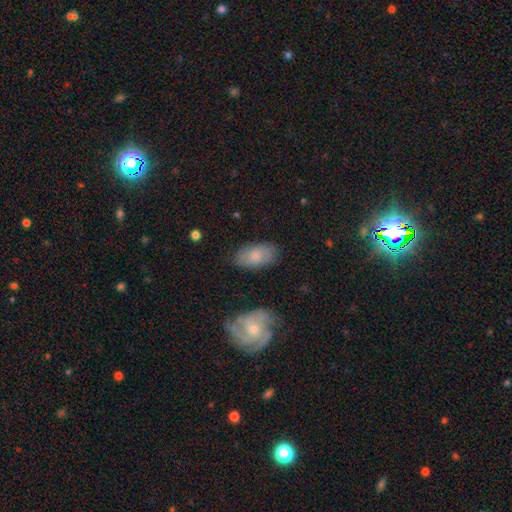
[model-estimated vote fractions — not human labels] smooth 73%, featured or disk 20%, star or artifact 7%. Down the decision tree: how rounded — in between (93%); merging — none (78%).